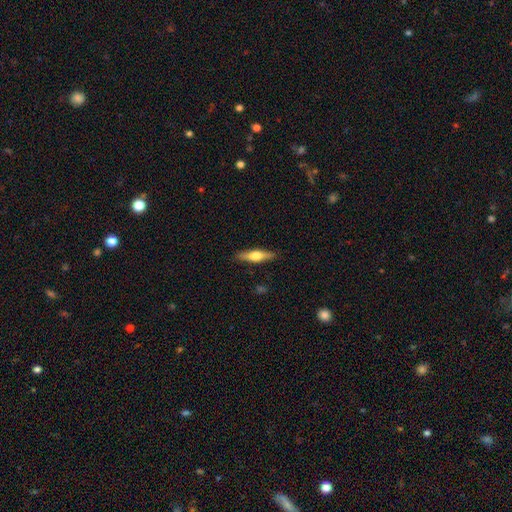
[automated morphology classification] The model was most divided on "smooth or featured": featured or disk: 51%, smooth: 43%, star or artifact: 6%. More confident: edge-on disk — yes (95%); merging — none (88%).